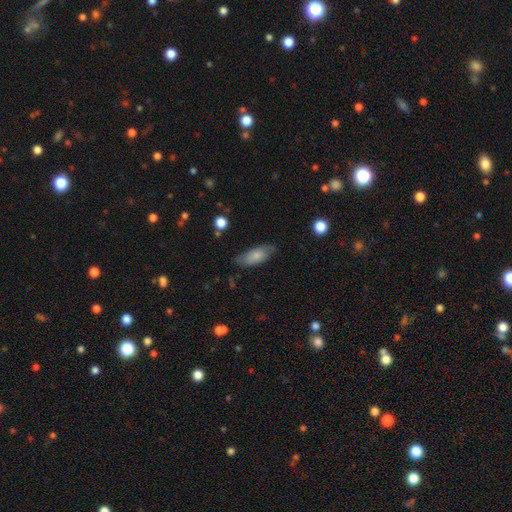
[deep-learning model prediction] Smooth or featured: smooth — 77% (featured or disk — 17%)
How rounded: in between — 79% (cigar-shaped — 19%)
Merging: none — 72% (minor disturbance — 21%)